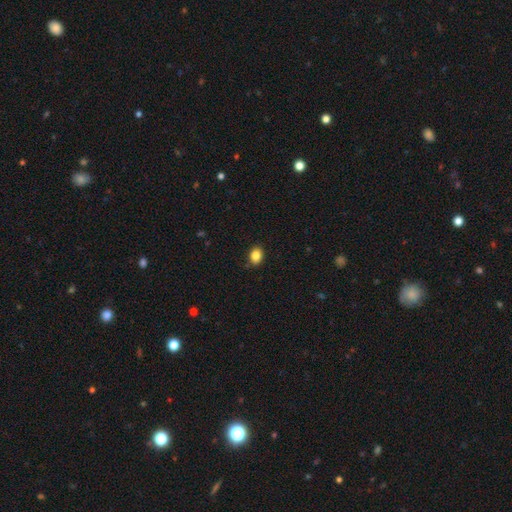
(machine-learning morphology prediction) The model was most divided on "how rounded": in between: 65%, round: 34%, cigar-shaped: 1%. More confident: merging — none (88%); smooth or featured — smooth (85%).